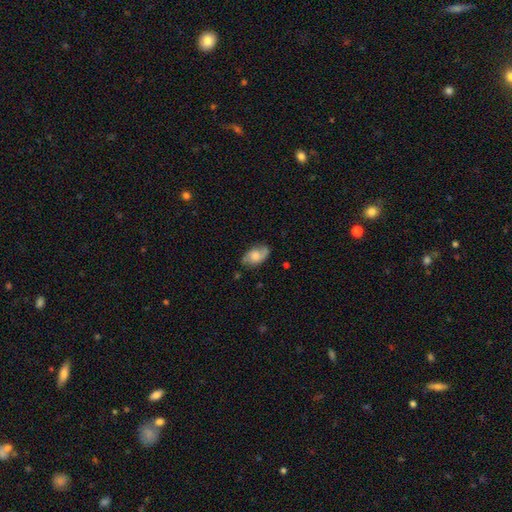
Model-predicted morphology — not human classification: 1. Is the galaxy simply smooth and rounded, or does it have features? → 47% smooth, 45% featured or disk, 8% star or artifact.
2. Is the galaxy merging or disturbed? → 69% none, 23% minor disturbance, 6% major disturbance, 2% merger.